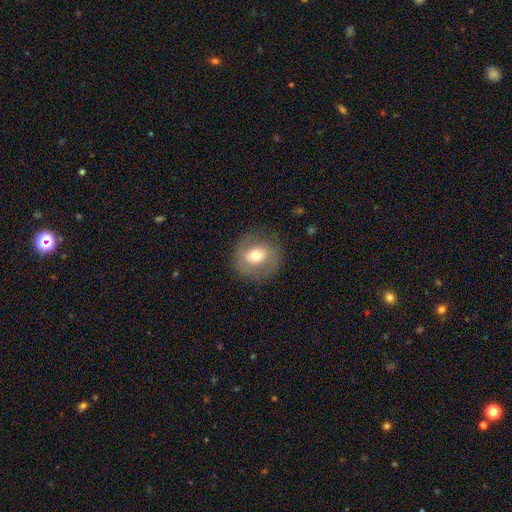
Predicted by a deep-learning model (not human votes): smooth-or-featured: smooth: 51% | featured or disk: 41% | star or artifact: 8%
  how-rounded: round: 78% | in between: 21% | cigar-shaped: 1%
  merging: none: 81% | minor disturbance: 12% | major disturbance: 6% | merger: 1%